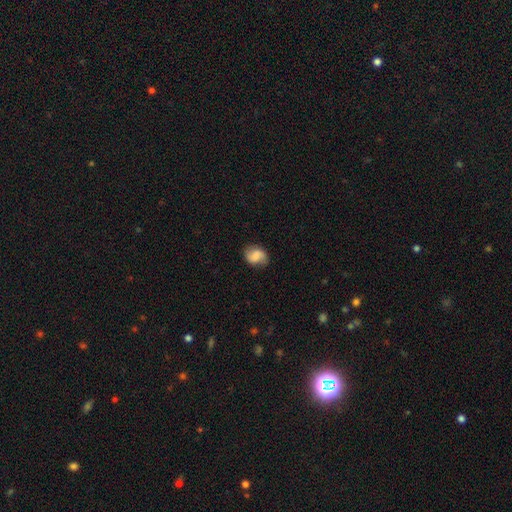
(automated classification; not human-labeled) Smooth or featured? Predicted: smooth (p=0.56). How rounded? Predicted: in between (p=0.55). Merging? Predicted: none (p=0.73).